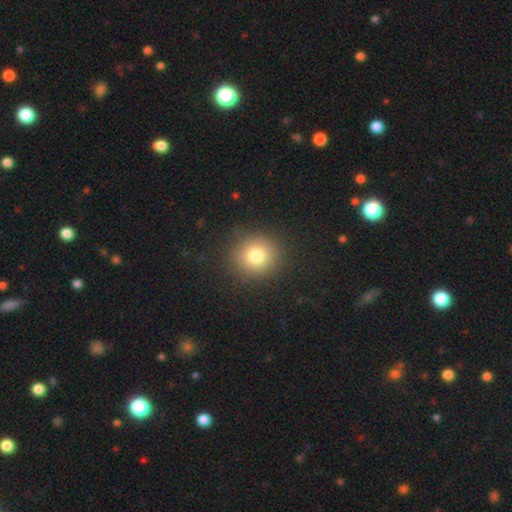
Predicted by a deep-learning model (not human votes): A smooth galaxy with no disk features (79%) that is round (90%).

Vote fractions:
- Smooth or featured? smooth: 79% / star or artifact: 13% / featured or disk: 8%
- How rounded? round: 90% / in between: 9% / cigar-shaped: 1%
- Merging? none: 90% / minor disturbance: 6% / major disturbance: 3% / merger: 1%